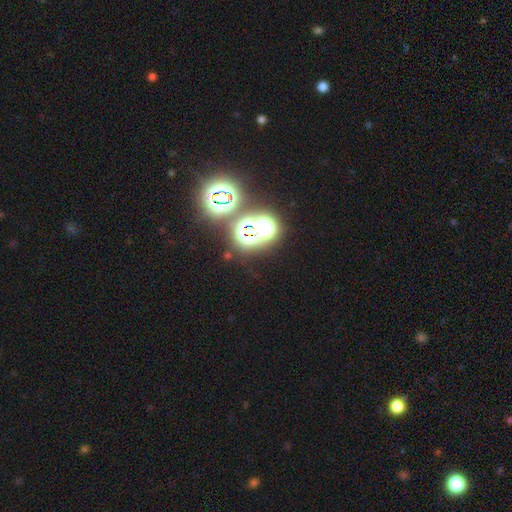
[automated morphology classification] type=star or artifact (76%).